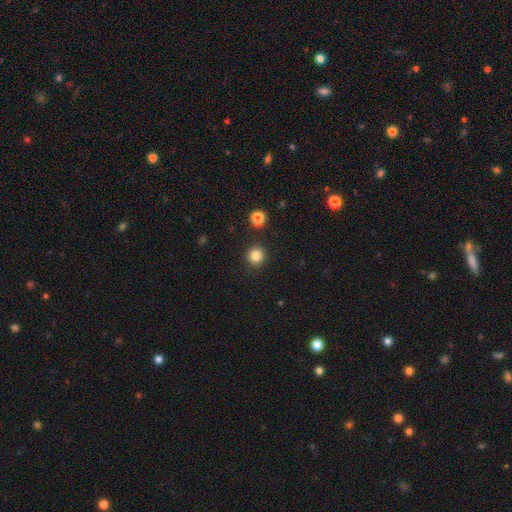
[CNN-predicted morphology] This is clearly a smooth galaxy (83%). How rounded: clearly round (94%). Merging: clearly none (91%).